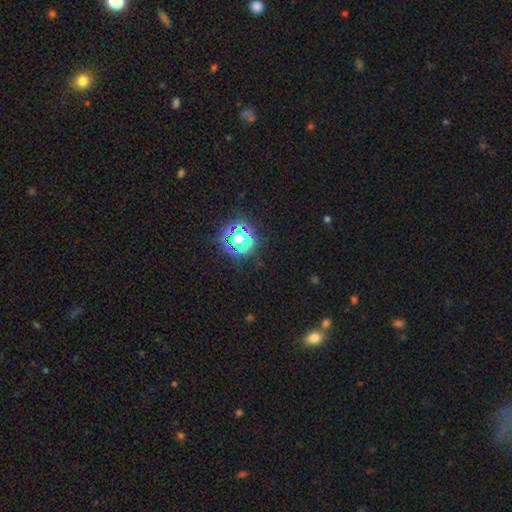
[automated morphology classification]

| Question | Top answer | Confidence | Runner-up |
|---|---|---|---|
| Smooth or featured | star or artifact | 74% | smooth (19%) |